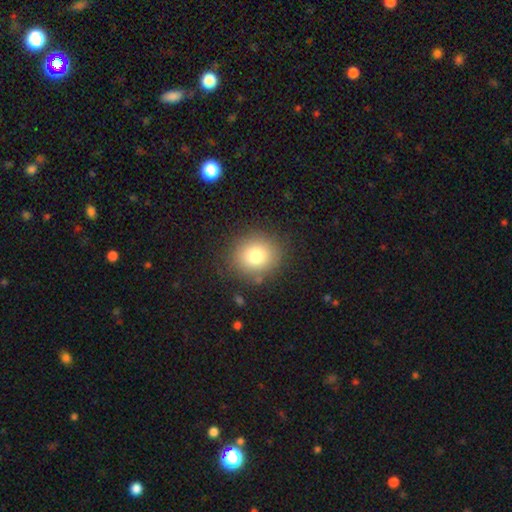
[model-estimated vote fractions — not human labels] Q: Smooth or featured?
A: smooth (78%); runner-up: star or artifact (12%)
Q: How rounded?
A: round (81%); runner-up: in between (18%)
Q: Merging?
A: none (84%); runner-up: minor disturbance (10%)